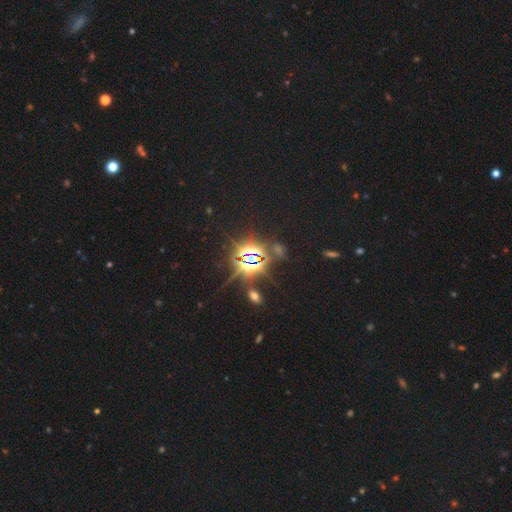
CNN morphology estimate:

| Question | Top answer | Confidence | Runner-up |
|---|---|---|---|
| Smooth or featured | star or artifact | 84% | smooth (9%) |